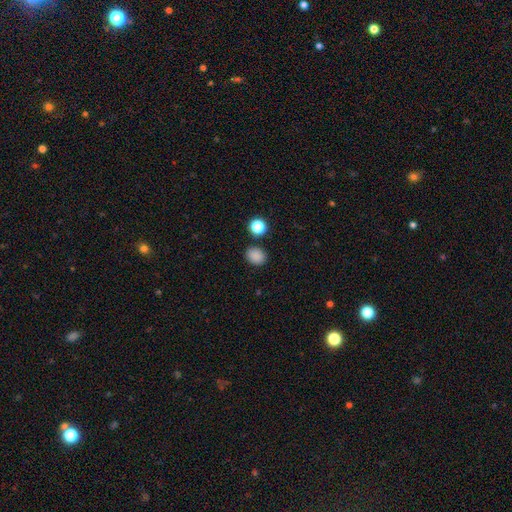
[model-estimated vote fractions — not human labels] Overall: smooth (85%). How rounded: round (52%; in between 47%). Merging: none (84%).